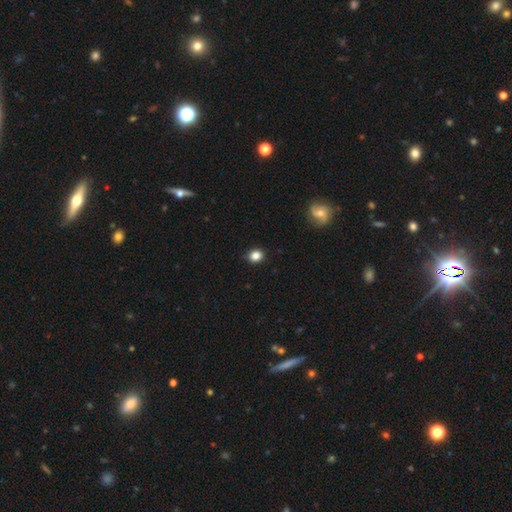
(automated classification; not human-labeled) The model was most divided on "how rounded": round: 73%, in between: 26%, cigar-shaped: 1%. More confident: merging — none (87%); smooth or featured — smooth (85%).